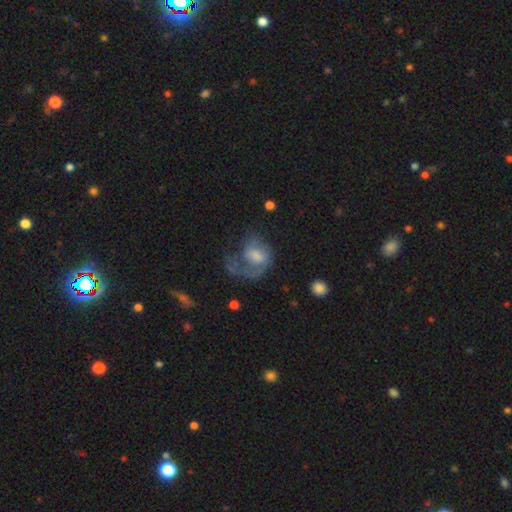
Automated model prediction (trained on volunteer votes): A featured or disk galaxy (62%) with no bar (55%), spiral arms (77%) and a moderate central bulge (40%).

Vote fractions:
- Smooth or featured? featured or disk: 62% / smooth: 28% / star or artifact: 9%
- Edge-on disk? no: 97% / yes: 3%
- Bar? no: 55% / weak: 37% / strong: 8%
- Spiral arms? yes: 77% / no: 23%
- Bulge size? moderate: 40% / small: 23% / large: 18% / none: 17% / dominant: 3%
- Merging? major disturbance: 50% / none: 30% / minor disturbance: 16% / merger: 4%